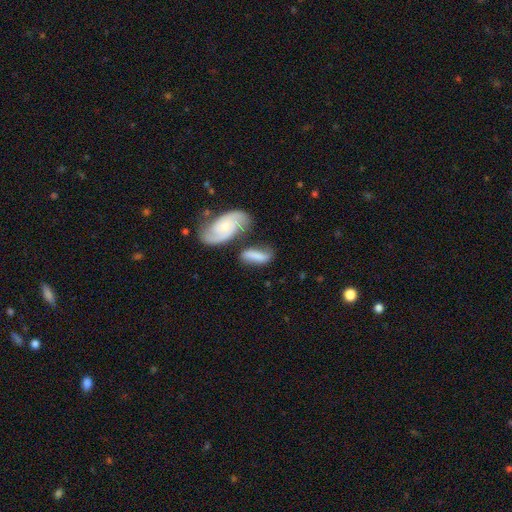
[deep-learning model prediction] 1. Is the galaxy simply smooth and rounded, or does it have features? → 56% smooth, 37% featured or disk, 7% star or artifact.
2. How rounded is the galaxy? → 62% in between, 35% cigar-shaped, 3% round.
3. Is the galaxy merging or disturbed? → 46% none, 23% merger, 21% minor disturbance, 9% major disturbance.